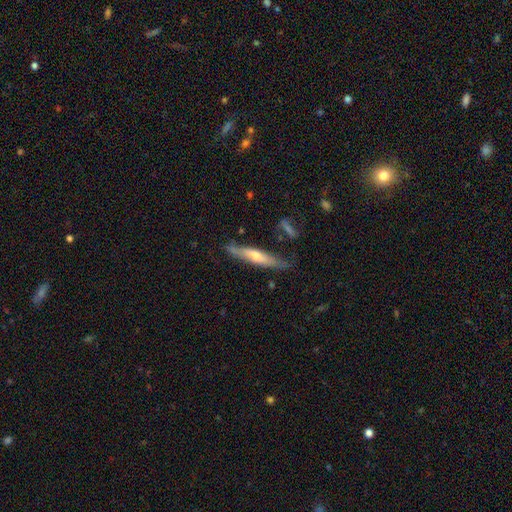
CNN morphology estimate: featured or disk 54%, smooth 40%, star or artifact 6%. Down the decision tree: edge-on disk — yes (85%); merging — none (75%).